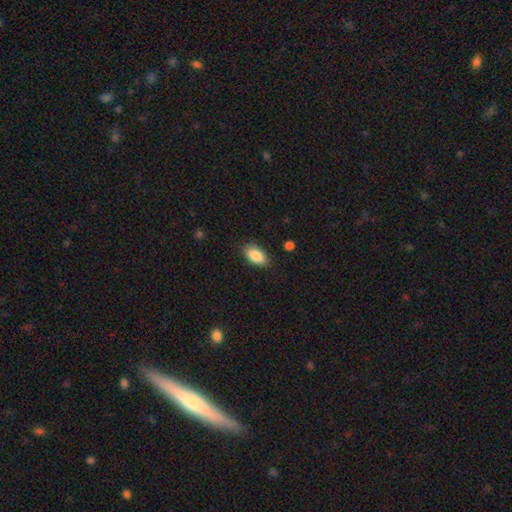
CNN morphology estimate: Smooth or featured: smooth — 88% (star or artifact — 7%)
How rounded: in between — 92% (round — 5%)
Merging: none — 84% (minor disturbance — 12%)